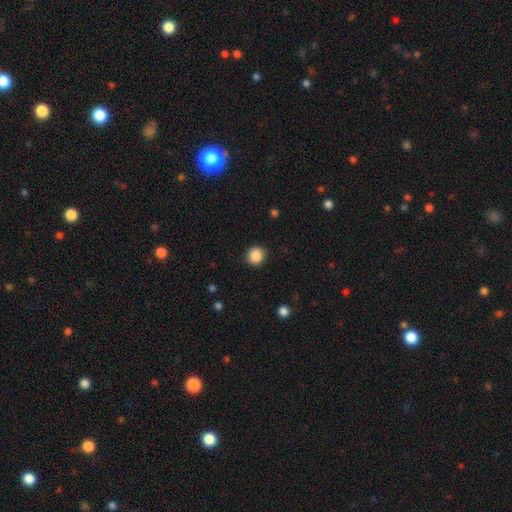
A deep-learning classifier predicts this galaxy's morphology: type=smooth (87%); roundness=round (86%); merging=none (90%).